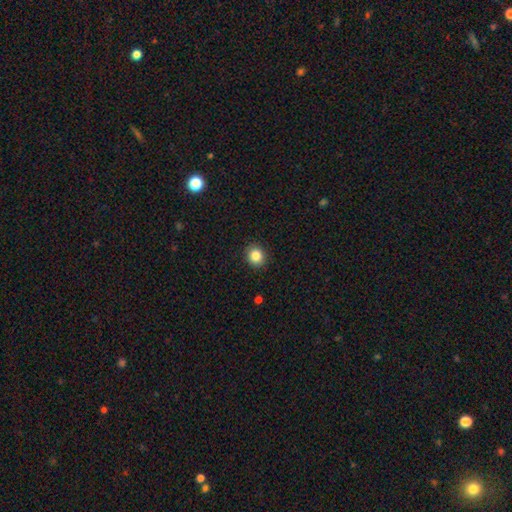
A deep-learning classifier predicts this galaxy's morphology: Smooth or featured?
  - smooth: 85% *
  - star or artifact: 10%
  - featured or disk: 5%
How rounded?
  - round: 78% *
  - in between: 21%
  - cigar-shaped: 1%
Merging?
  - none: 90% *
  - minor disturbance: 7%
  - major disturbance: 2%
  - merger: 1%